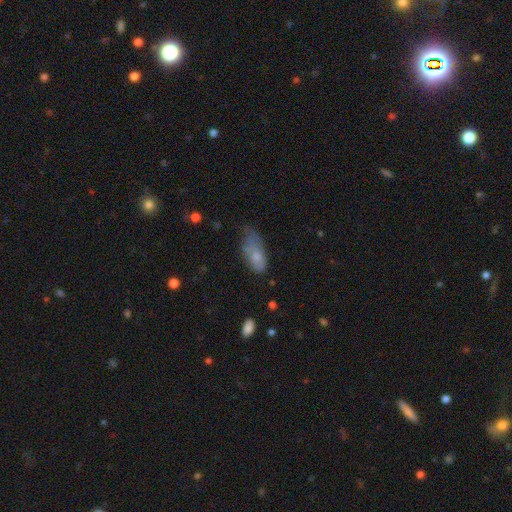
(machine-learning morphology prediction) Overall: smooth (73%). How rounded: in between (85%). Merging: minor disturbance (40%; none 30%).